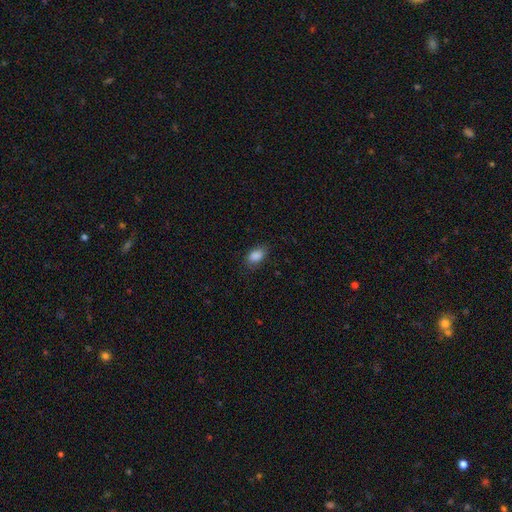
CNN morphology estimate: Smooth or featured: smooth — 88% (star or artifact — 8%)
How rounded: in between — 88% (round — 10%)
Merging: none — 83% (minor disturbance — 13%)